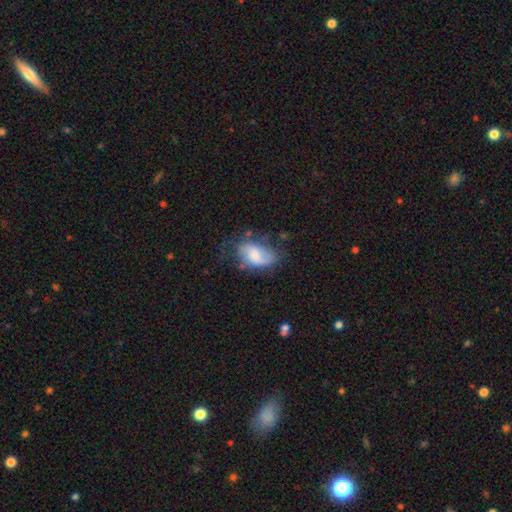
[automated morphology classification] Overall: smooth (55%; featured or disk 38%). How rounded: in between (88%). Merging: none (44%; minor disturbance 32%).